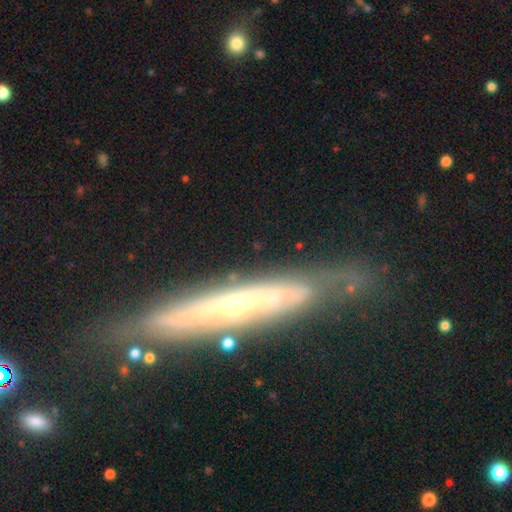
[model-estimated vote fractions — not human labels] Smooth or featured?
  - featured or disk: 79% *
  - smooth: 14%
  - star or artifact: 7%
Edge-on disk?
  - yes: 59% *
  - no: 41%
Merging?
  - none: 72% *
  - minor disturbance: 18%
  - major disturbance: 7%
  - merger: 3%